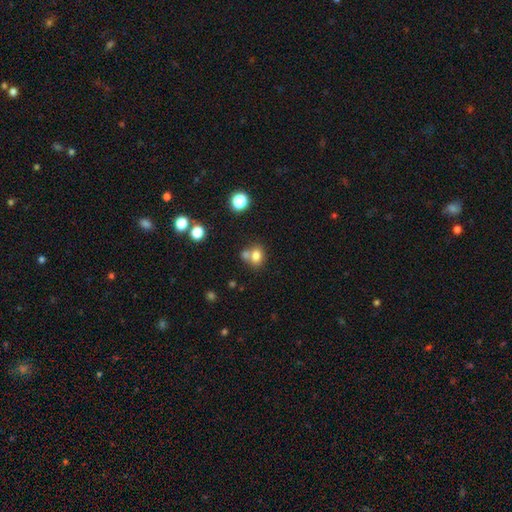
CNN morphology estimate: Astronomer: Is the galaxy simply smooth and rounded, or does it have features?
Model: smooth — 78%.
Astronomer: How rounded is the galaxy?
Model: round — 52% (runner-up: in between, 47%).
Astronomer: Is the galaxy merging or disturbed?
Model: none — 48% (runner-up: merger, 36%).